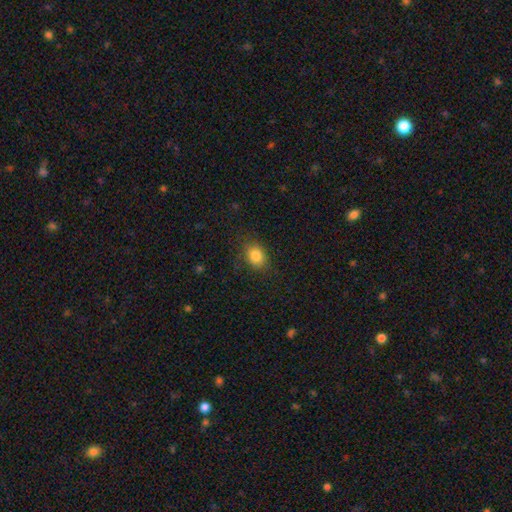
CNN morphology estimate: smooth 83%, star or artifact 10%, featured or disk 6%. Down the decision tree: how rounded — in between (54%); merging — none (81%).